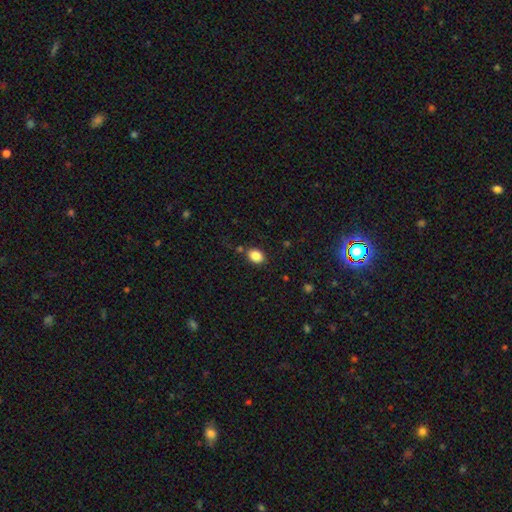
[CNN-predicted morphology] This is clearly a smooth galaxy (86%). How rounded: likely in between (69%). Merging: clearly none (83%).